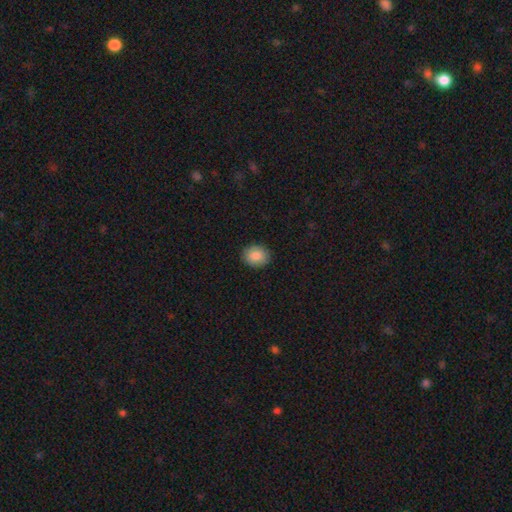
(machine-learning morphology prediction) Smooth or featured?
  - smooth: 86% *
  - star or artifact: 8%
  - featured or disk: 6%
How rounded?
  - round: 61% *
  - in between: 38%
  - cigar-shaped: 1%
Merging?
  - none: 90% *
  - minor disturbance: 7%
  - major disturbance: 2%
  - merger: 1%